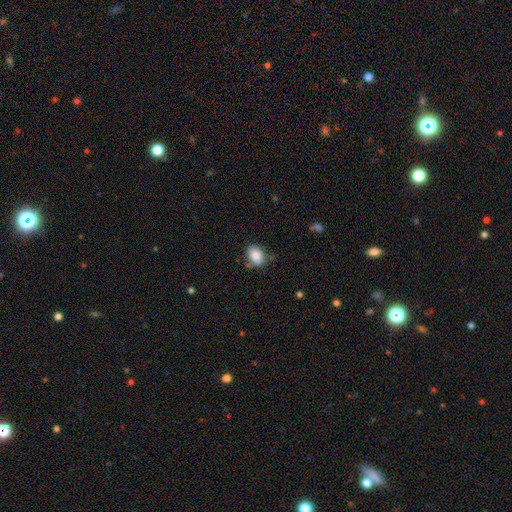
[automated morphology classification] A smooth galaxy with no disk features (86%) that is in between round and cigar-shaped (69%).

Vote fractions:
- Smooth or featured? smooth: 86% / star or artifact: 8% / featured or disk: 6%
- How rounded? in between: 69% / round: 30% / cigar-shaped: 1%
- Merging? none: 69% / minor disturbance: 22% / major disturbance: 5% / merger: 4%